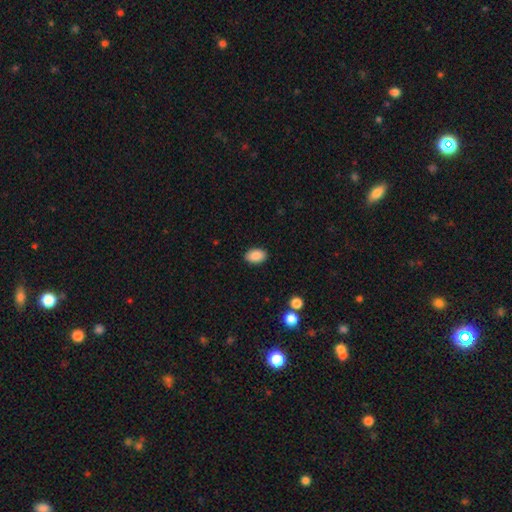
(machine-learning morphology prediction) The model was most divided on "how rounded": in between: 88%, round: 11%, cigar-shaped: 1%. More confident: merging — none (89%); smooth or featured — smooth (89%).